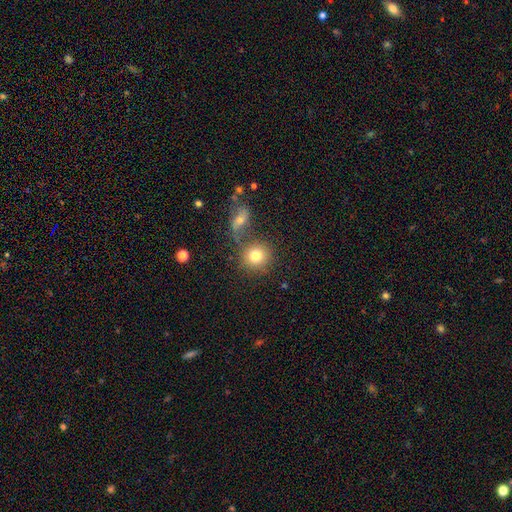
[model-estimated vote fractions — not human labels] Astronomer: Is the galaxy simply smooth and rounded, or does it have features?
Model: smooth — 79%.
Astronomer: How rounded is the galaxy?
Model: round — 87%.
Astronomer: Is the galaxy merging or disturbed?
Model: none — 66%.